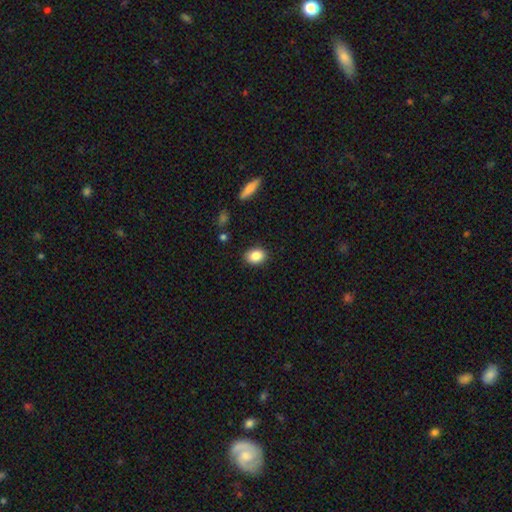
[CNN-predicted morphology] Overall: smooth (86%). How rounded: in between (64%; round 35%). Merging: none (88%).